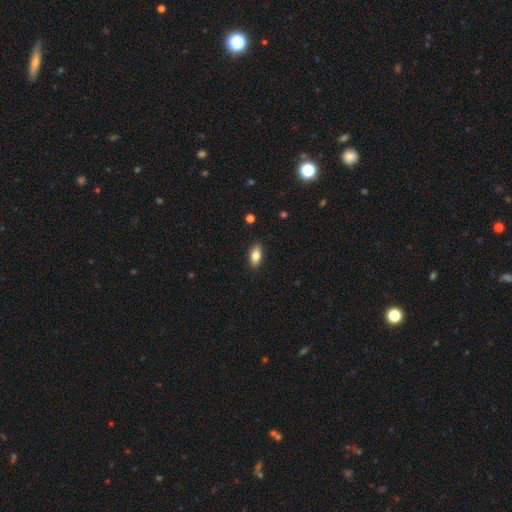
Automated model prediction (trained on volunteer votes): Smooth or featured: smooth — 81% (featured or disk — 12%)
How rounded: in between — 88% (cigar-shaped — 8%)
Merging: none — 88% (minor disturbance — 9%)